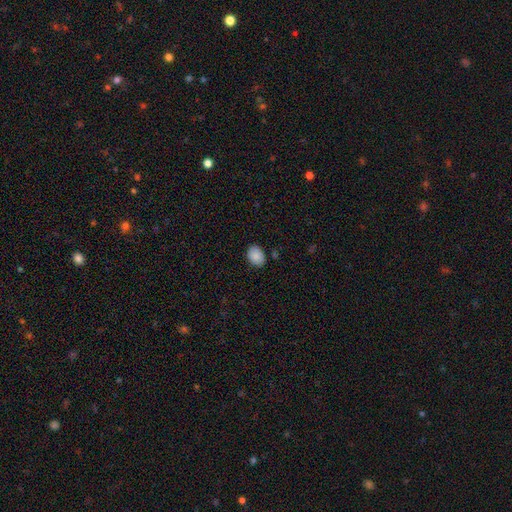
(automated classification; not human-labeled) This is clearly a smooth galaxy (88%). How rounded: likely in between (66%). Merging: clearly none (82%).